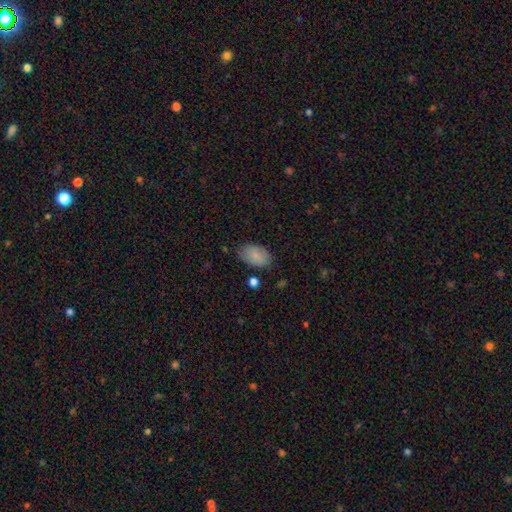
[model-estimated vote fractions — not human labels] Smooth or featured?
  - smooth: 86% *
  - featured or disk: 8%
  - star or artifact: 7%
How rounded?
  - in between: 92% *
  - round: 7%
  - cigar-shaped: 1%
Merging?
  - none: 77% *
  - minor disturbance: 17%
  - major disturbance: 4%
  - merger: 2%